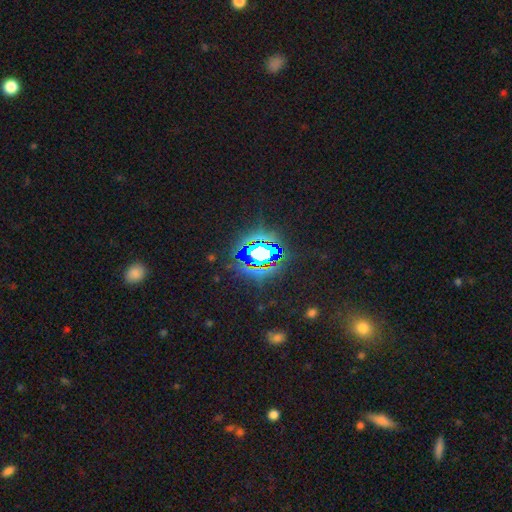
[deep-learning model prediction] The model was most divided on "smooth or featured": star or artifact: 79%, smooth: 13%, featured or disk: 8%.